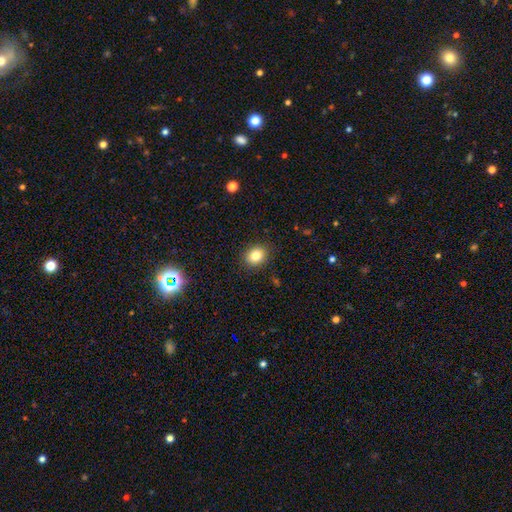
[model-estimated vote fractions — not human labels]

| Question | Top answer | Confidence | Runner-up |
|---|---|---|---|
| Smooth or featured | smooth | 81% | star or artifact (11%) |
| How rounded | round | 56% | in between (43%) |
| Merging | none | 88% | minor disturbance (8%) |